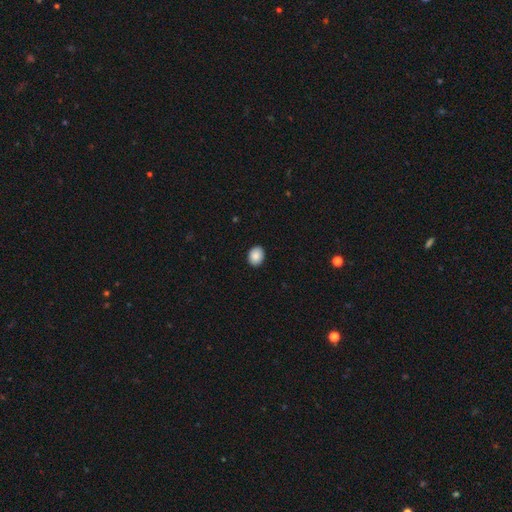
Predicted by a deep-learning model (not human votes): smooth_or_featured: smooth (p=0.89) [alt: star or artifact p=0.08]
how_rounded: in between (p=0.54) [alt: round p=0.46]
merging: none (p=0.90) [alt: minor disturbance p=0.07]